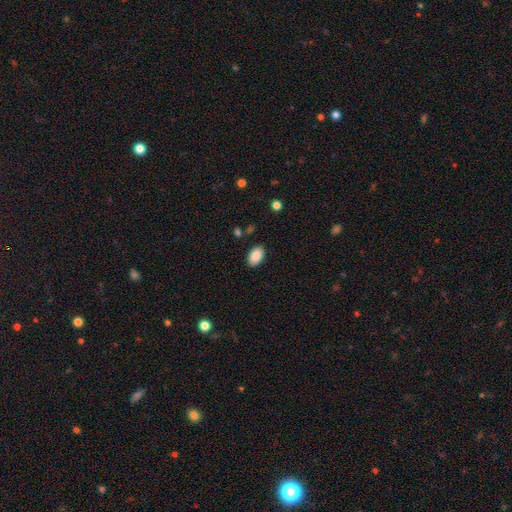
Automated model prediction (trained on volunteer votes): Q: Smooth or featured?
A: smooth (88%); runner-up: star or artifact (7%)
Q: How rounded?
A: in between (92%); runner-up: round (7%)
Q: Merging?
A: none (88%); runner-up: minor disturbance (9%)